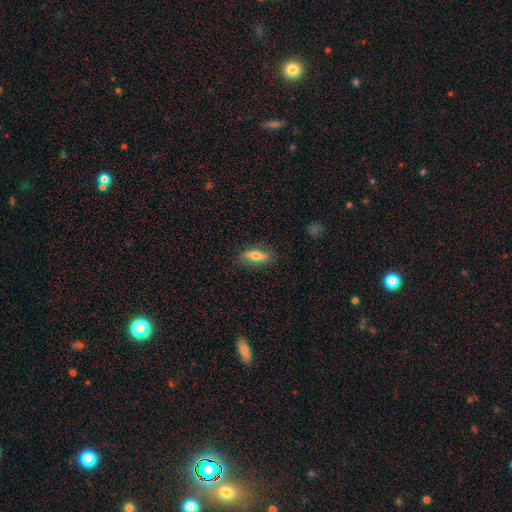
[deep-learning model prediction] smooth_or_featured: smooth (p=0.64) [alt: featured or disk p=0.30]
how_rounded: in between (p=0.57) [alt: cigar-shaped p=0.40]
merging: none (p=0.82) [alt: minor disturbance p=0.14]